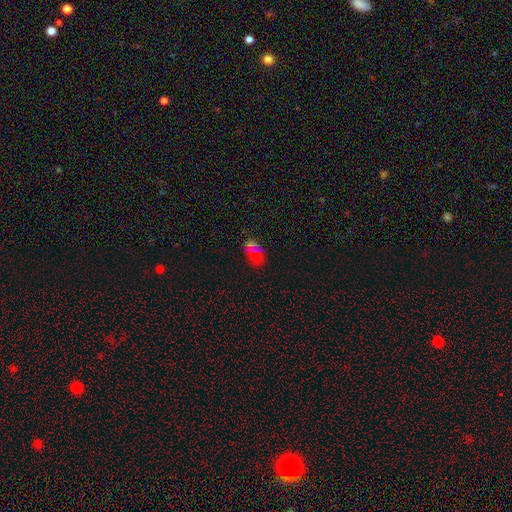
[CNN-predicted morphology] Smooth or featured: smooth — 48% (star or artifact — 44%)
Merging: none — 73% (minor disturbance — 16%)